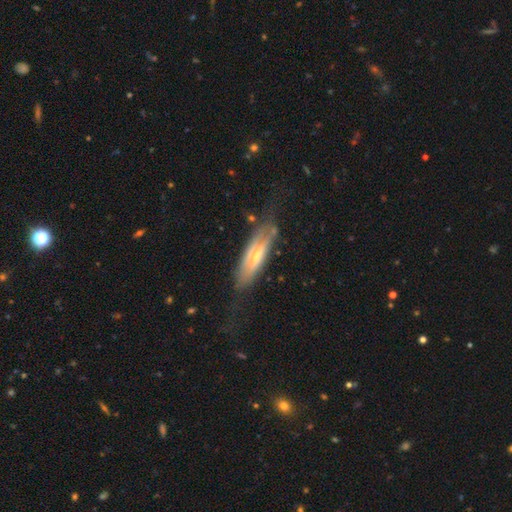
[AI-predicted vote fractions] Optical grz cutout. It shows a featured or disk galaxy (63%) viewed edge-on (60%). Merging: none (58%).